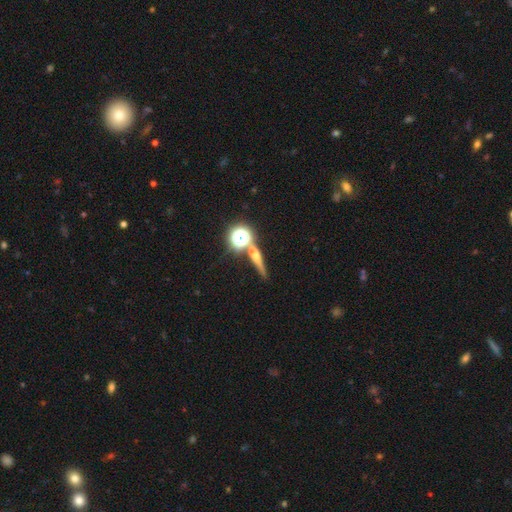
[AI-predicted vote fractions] Morphology: type=featured or disk (38%); merging=none (69%).